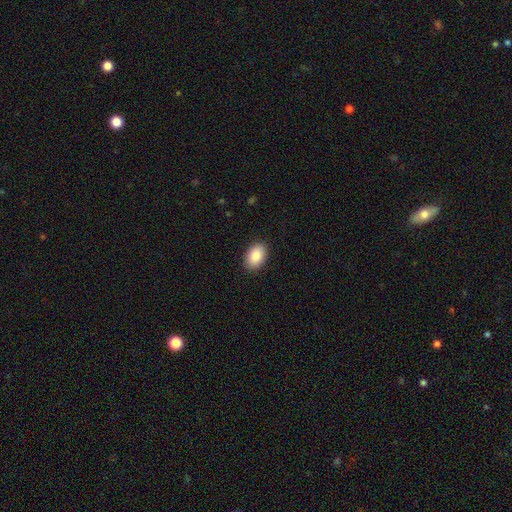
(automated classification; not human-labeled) smooth 86%, star or artifact 7%, featured or disk 7%. Down the decision tree: how rounded — in between (89%); merging — none (90%).